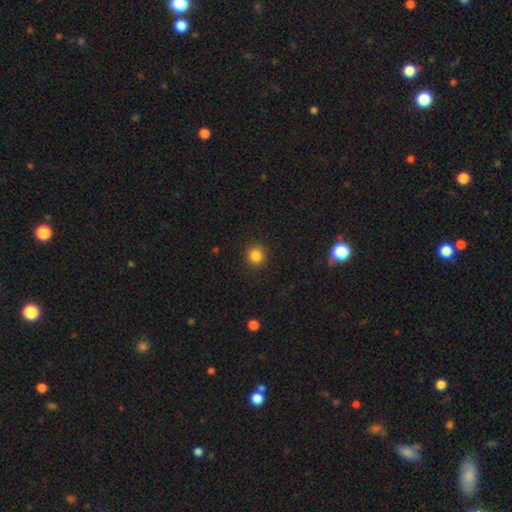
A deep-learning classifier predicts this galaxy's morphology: Smooth or featured: smooth — 85% (star or artifact — 11%)
How rounded: round — 92% (in between — 7%)
Merging: none — 91% (minor disturbance — 6%)